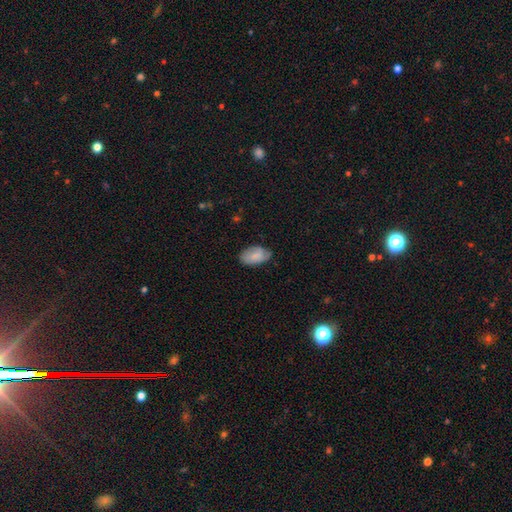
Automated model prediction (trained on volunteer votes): Morphology: type=smooth (76%); roundness=in between (93%); merging=none (64%).